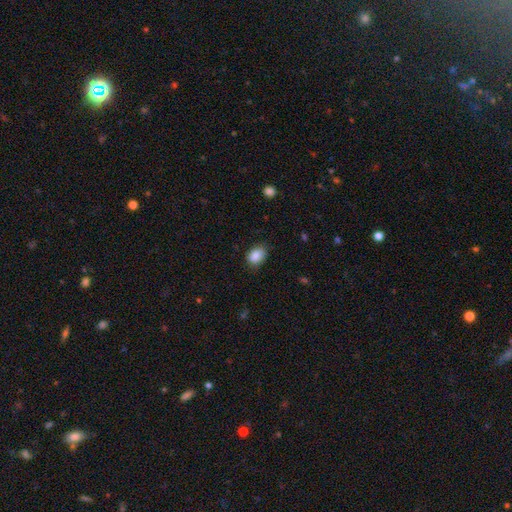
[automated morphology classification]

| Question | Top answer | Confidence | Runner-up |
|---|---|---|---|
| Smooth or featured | smooth | 88% | star or artifact (8%) |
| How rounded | in between | 75% | round (24%) |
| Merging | none | 78% | minor disturbance (17%) |